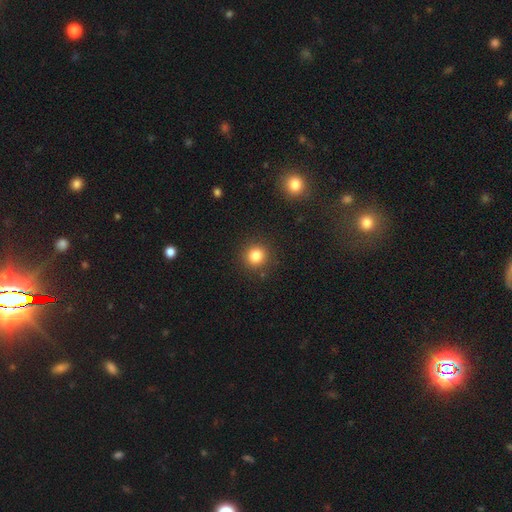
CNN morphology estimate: This is clearly a smooth galaxy (82%). How rounded: clearly round (93%). Merging: clearly none (89%).